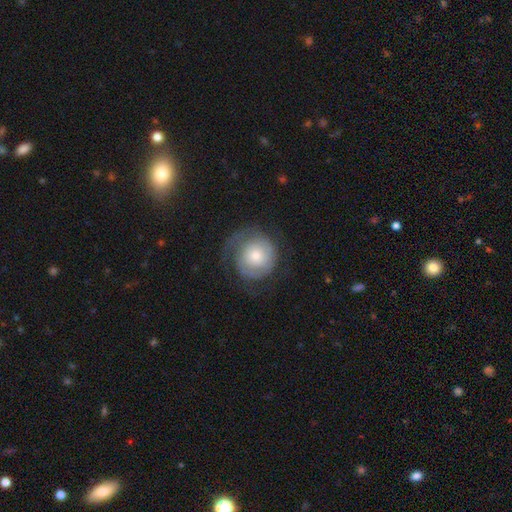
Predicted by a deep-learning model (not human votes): The model was most divided on "bulge size": moderate: 47%, small: 40%, large: 9%, none: 2%, dominant: 2%. More confident: edge-on disk — no (98%); spiral arms — yes (85%); bar — no (81%); merging — none (62%); smooth or featured — featured or disk (60%).